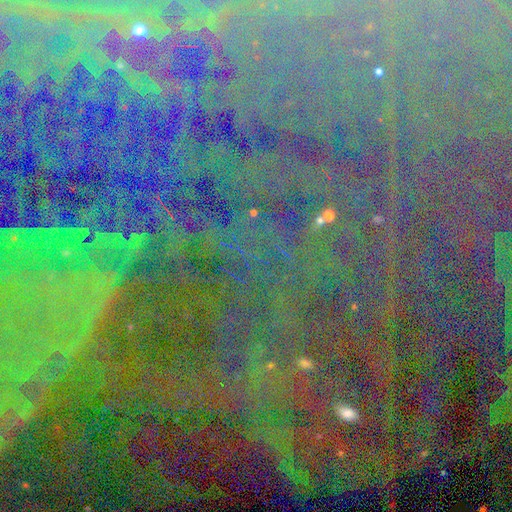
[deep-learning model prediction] Smooth or featured? star or artifact (85%)